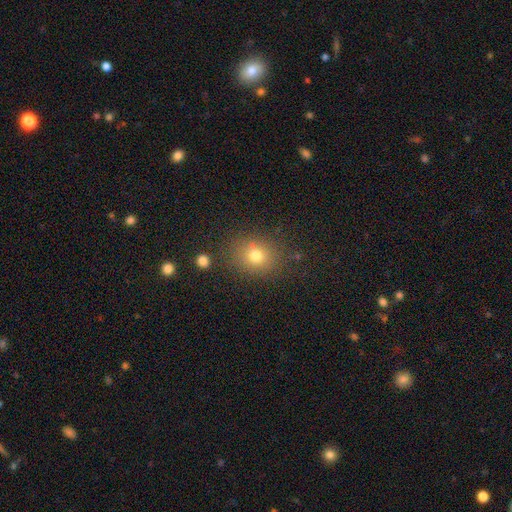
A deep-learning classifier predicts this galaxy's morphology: Q: Smooth or featured?
A: smooth (74%); runner-up: star or artifact (16%)
Q: How rounded?
A: round (65%); runner-up: in between (34%)
Q: Merging?
A: none (81%); runner-up: minor disturbance (11%)